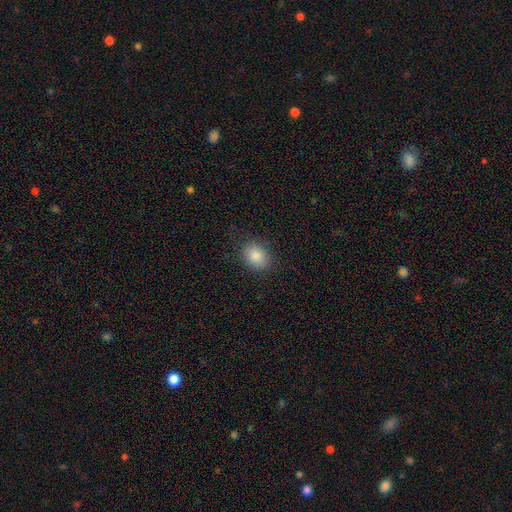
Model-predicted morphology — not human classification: Smooth or featured? Predicted: smooth (p=0.86). How rounded? Predicted: in between (p=0.50). Merging? Predicted: none (p=0.86).